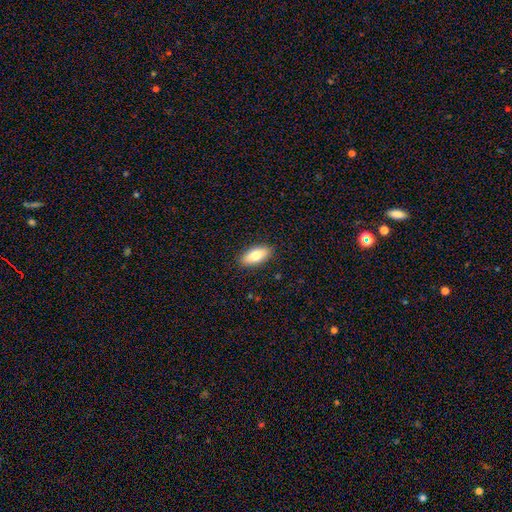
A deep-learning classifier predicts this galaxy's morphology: This is likely a smooth galaxy (80%). How rounded: clearly in between (84%). Merging: clearly none (89%).